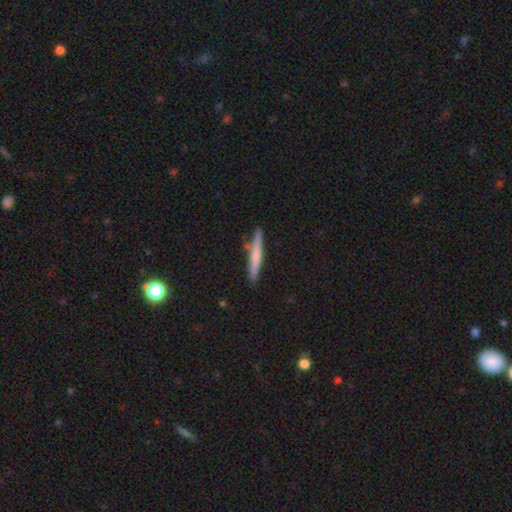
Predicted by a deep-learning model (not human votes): Smooth or featured?
  - smooth: 60% *
  - featured or disk: 34%
  - star or artifact: 6%
How rounded?
  - cigar-shaped: 95% *
  - in between: 4%
  - round: 1%
Merging?
  - none: 83% *
  - minor disturbance: 11%
  - merger: 4%
  - major disturbance: 2%